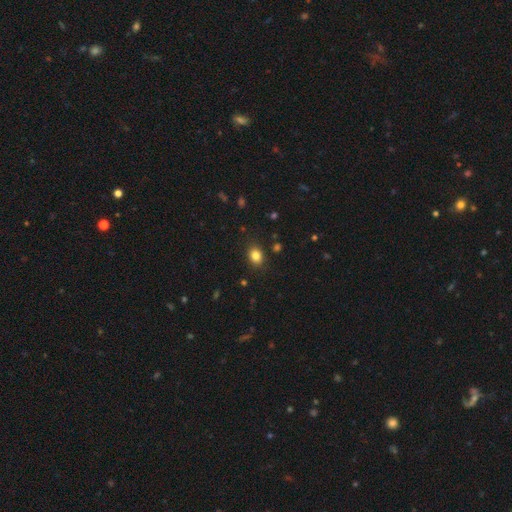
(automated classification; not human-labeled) Smooth or featured? Predicted: smooth (p=0.83). How rounded? Predicted: in between (p=0.54). Merging? Predicted: none (p=0.86).